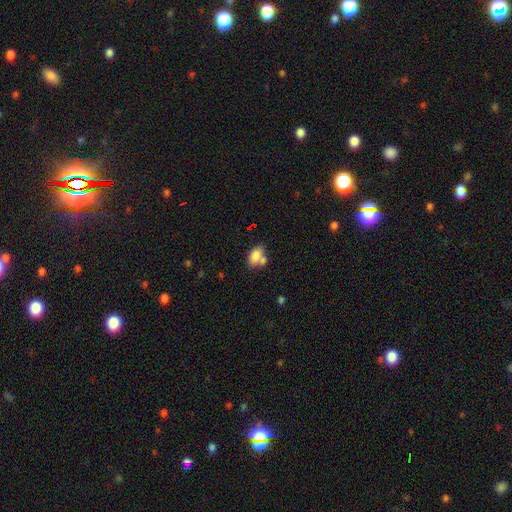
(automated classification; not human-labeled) Smooth or featured: smooth — 80% (featured or disk — 11%)
How rounded: in between — 88% (round — 10%)
Merging: none — 45% (merger — 35%)